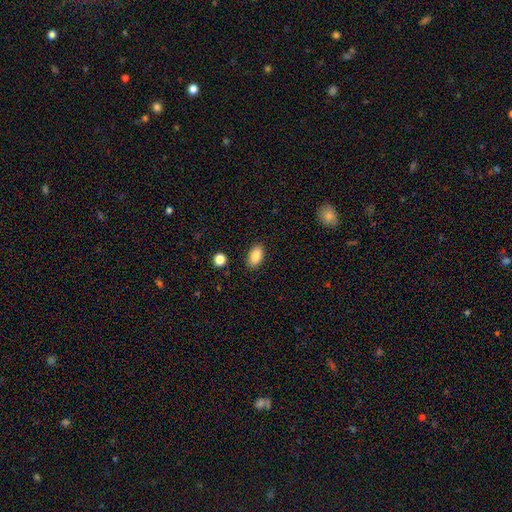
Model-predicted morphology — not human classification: smooth 87%, star or artifact 8%, featured or disk 6%. Down the decision tree: how rounded — in between (92%); merging — none (88%).